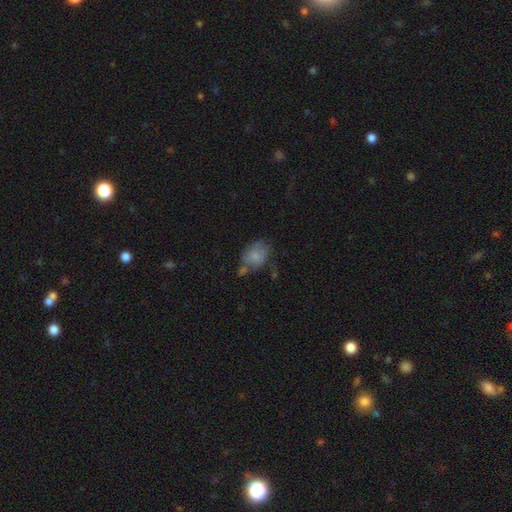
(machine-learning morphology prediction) Smooth or featured? smooth (65%)
How rounded? in between (66%)
Merging? none (41%)